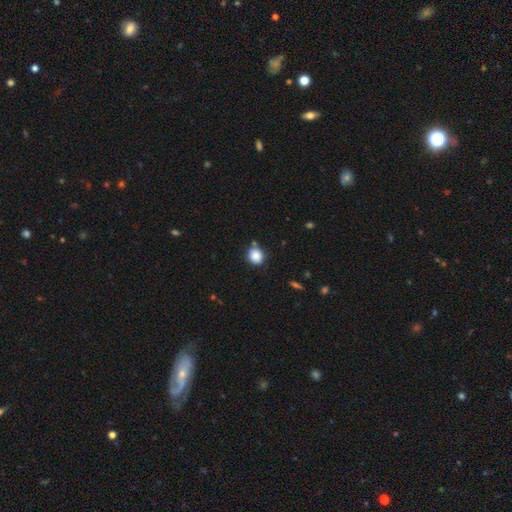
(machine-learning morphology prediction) A smooth galaxy with no disk features (86%) that is round (78%).

Vote fractions:
- Smooth or featured? smooth: 86% / star or artifact: 9% / featured or disk: 4%
- How rounded? round: 78% / in between: 21% / cigar-shaped: 1%
- Merging? none: 73% / minor disturbance: 16% / merger: 7% / major disturbance: 3%